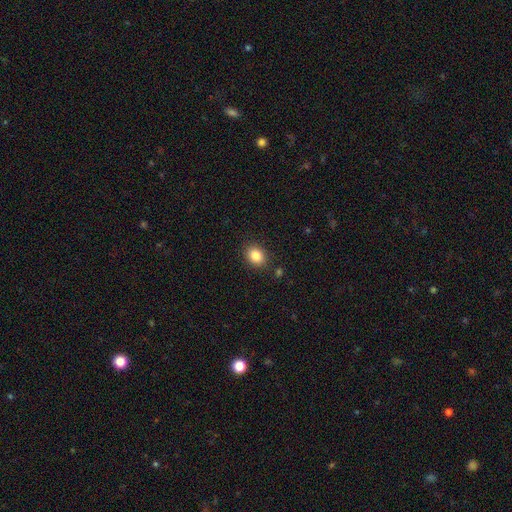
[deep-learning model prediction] Overall: smooth (85%). How rounded: in between (54%; round 45%). Merging: none (88%).